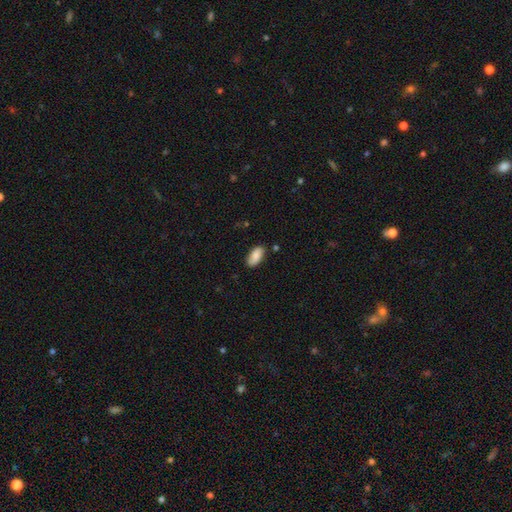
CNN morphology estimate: Smooth or featured? smooth (86%)
How rounded? in between (92%)
Merging? none (82%)